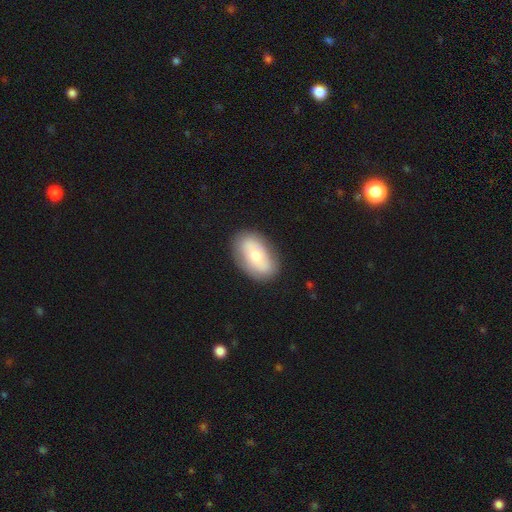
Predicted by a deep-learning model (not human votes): Smooth or featured?
  - smooth: 59% *
  - featured or disk: 35%
  - star or artifact: 6%
How rounded?
  - in between: 90% *
  - round: 8%
  - cigar-shaped: 2%
Merging?
  - none: 82% *
  - minor disturbance: 13%
  - major disturbance: 4%
  - merger: 1%